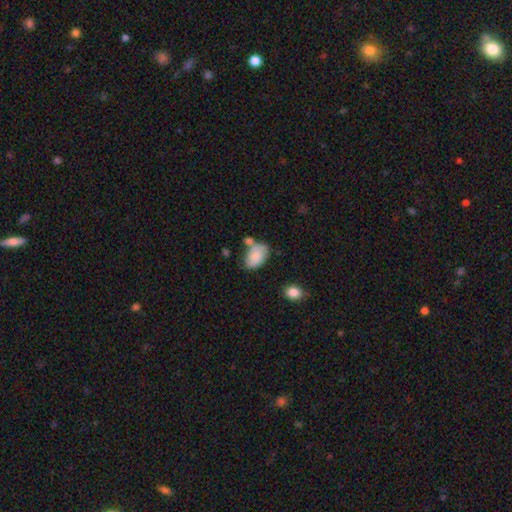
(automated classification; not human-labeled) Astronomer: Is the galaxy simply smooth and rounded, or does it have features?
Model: smooth — 72%.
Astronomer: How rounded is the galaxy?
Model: in between — 88%.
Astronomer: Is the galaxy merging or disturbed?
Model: none — 47% (runner-up: minor disturbance, 24%).